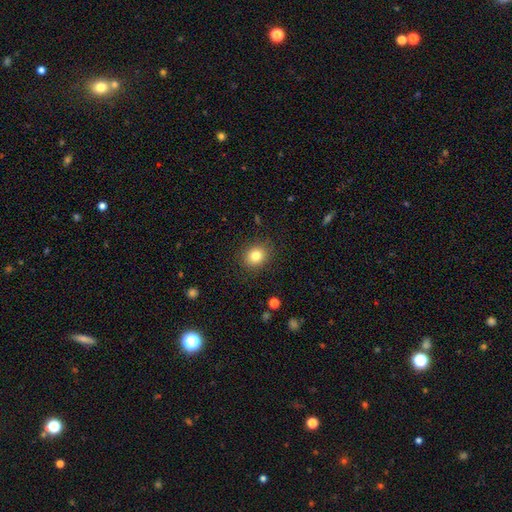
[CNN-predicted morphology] Q: Smooth or featured?
A: smooth (81%); runner-up: star or artifact (11%)
Q: How rounded?
A: round (69%); runner-up: in between (30%)
Q: Merging?
A: none (88%); runner-up: minor disturbance (9%)